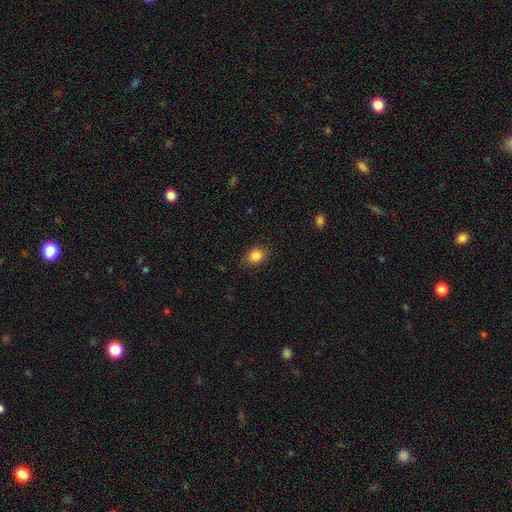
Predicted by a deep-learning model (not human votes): A smooth galaxy with no disk features (85%) that is in between round and cigar-shaped (51%).

Vote fractions:
- Smooth or featured? smooth: 85% / star or artifact: 9% / featured or disk: 5%
- How rounded? in between: 51% / round: 48% / cigar-shaped: 1%
- Merging? none: 80% / minor disturbance: 15% / major disturbance: 3% / merger: 1%